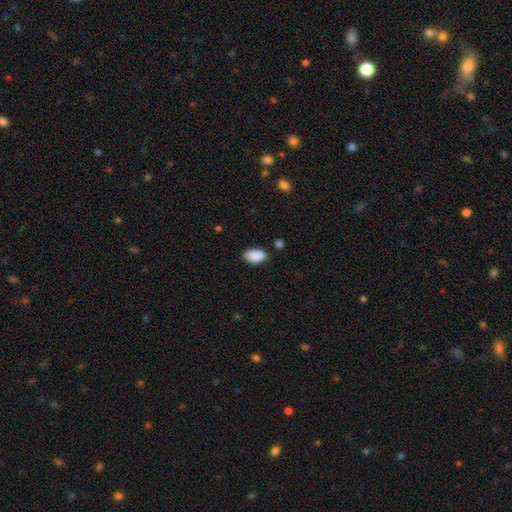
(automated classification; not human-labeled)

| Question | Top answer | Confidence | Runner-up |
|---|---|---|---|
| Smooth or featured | smooth | 90% | star or artifact (7%) |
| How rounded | in between | 93% | round (6%) |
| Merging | none | 77% | minor disturbance (17%) |